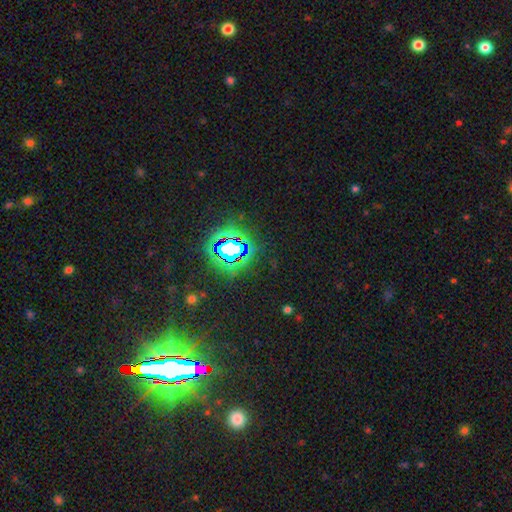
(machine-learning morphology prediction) Smooth or featured: star or artifact — 83% (smooth — 10%)